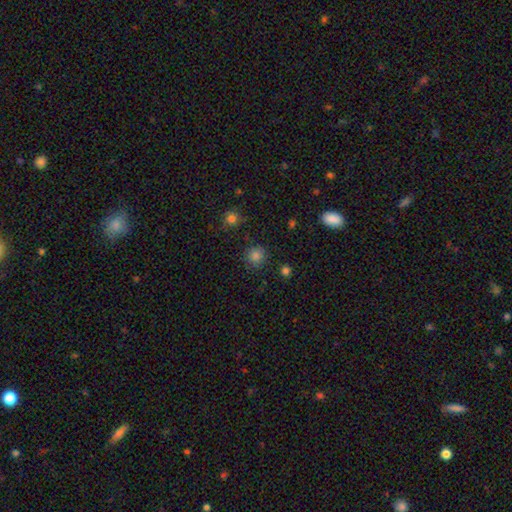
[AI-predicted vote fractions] smooth 80%, star or artifact 15%, featured or disk 5%. Down the decision tree: how rounded — round (91%); merging — none (86%).